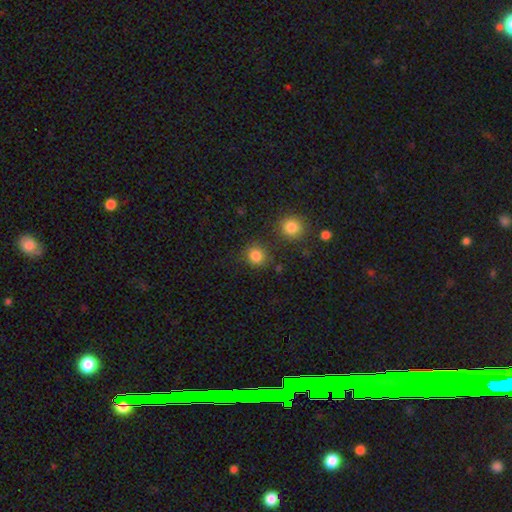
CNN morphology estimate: Smooth or featured? smooth (84%)
How rounded? round (88%)
Merging? none (80%)